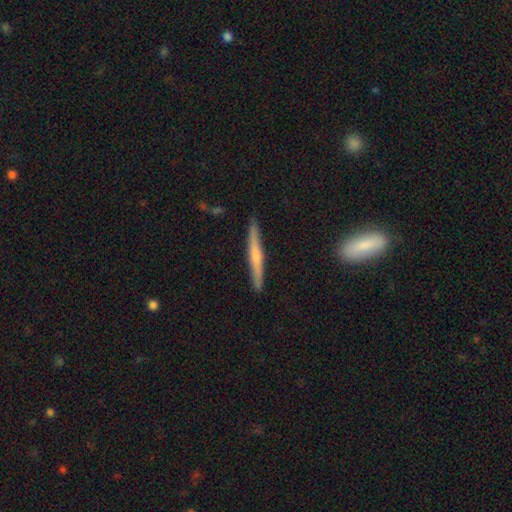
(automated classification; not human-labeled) smooth-or-featured: featured or disk: 55% | smooth: 40% | star or artifact: 6%
  disk-edge-on: yes: 97% | no: 3%
    edge-on-bulge: rounded: 56% | none: 34% | boxy: 10%
  merging: none: 89% | minor disturbance: 8% | major disturbance: 1% | merger: 1%